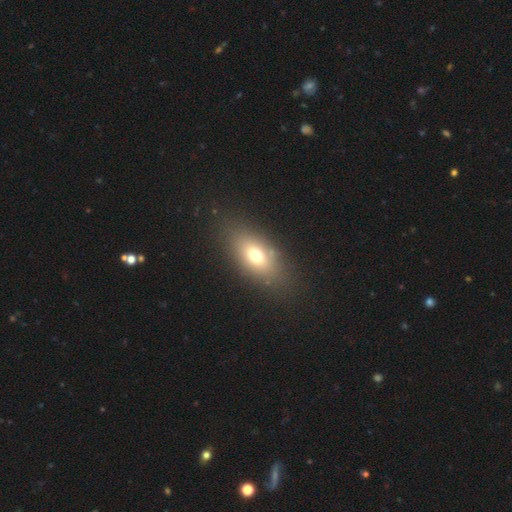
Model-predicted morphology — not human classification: Smooth or featured? Predicted: smooth (p=0.69). How rounded? Predicted: in between (p=0.82). Merging? Predicted: none (p=0.81).